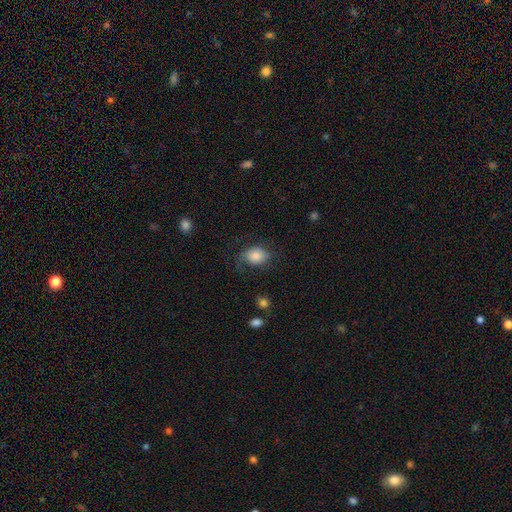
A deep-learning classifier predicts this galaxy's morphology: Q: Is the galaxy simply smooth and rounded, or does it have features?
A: smooth — 81%.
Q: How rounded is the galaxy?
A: in between — 65%.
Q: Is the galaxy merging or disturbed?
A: none — 54%.